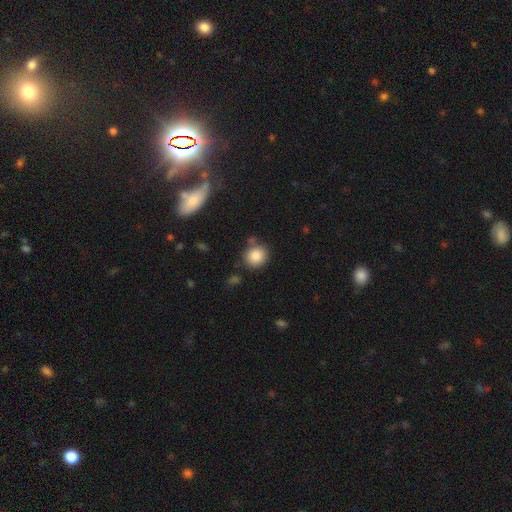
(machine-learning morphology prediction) This appears to be a smooth galaxy with no disk features (86%) that is round (86%). Merging: none (75%).